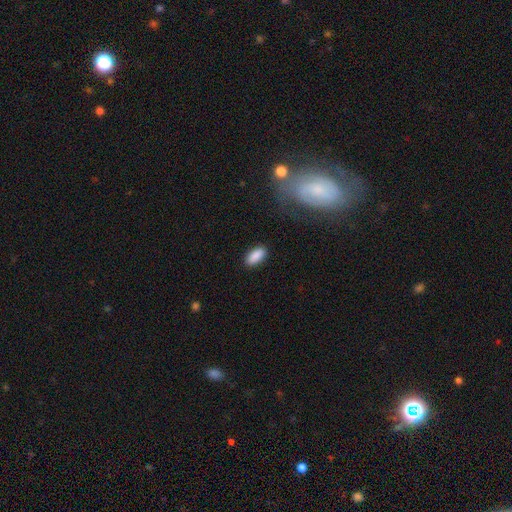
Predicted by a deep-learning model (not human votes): smooth_or_featured: smooth (p=0.89) [alt: star or artifact p=0.07]
how_rounded: in between (p=0.88) [alt: cigar-shaped p=0.09]
merging: none (p=0.87) [alt: minor disturbance p=0.09]